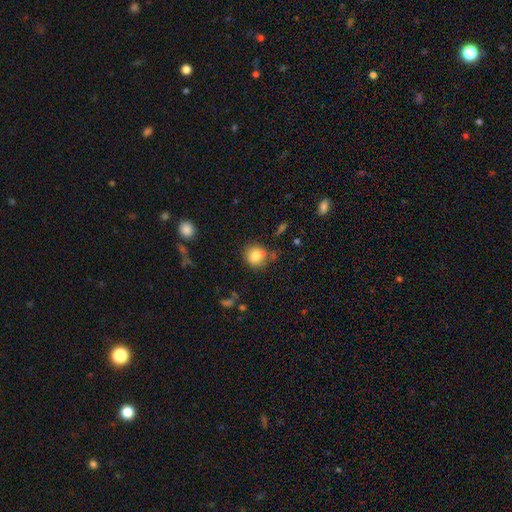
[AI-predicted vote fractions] Smooth or featured? Predicted: smooth (p=0.82). How rounded? Predicted: round (p=0.86). Merging? Predicted: none (p=0.71).